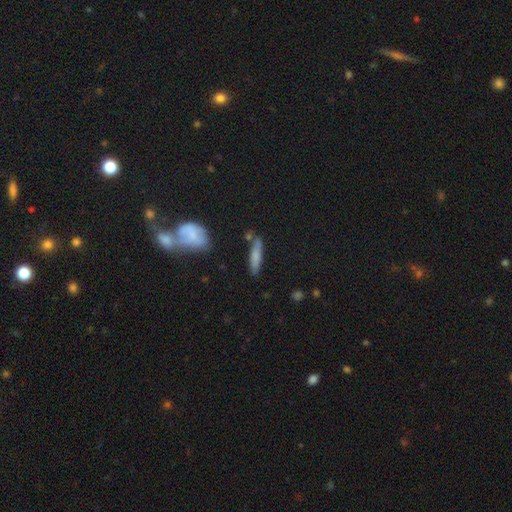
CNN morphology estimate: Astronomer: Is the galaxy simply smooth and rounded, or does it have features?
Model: smooth — 71%.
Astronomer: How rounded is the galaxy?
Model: cigar-shaped — 82%.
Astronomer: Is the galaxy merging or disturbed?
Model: none — 75%.